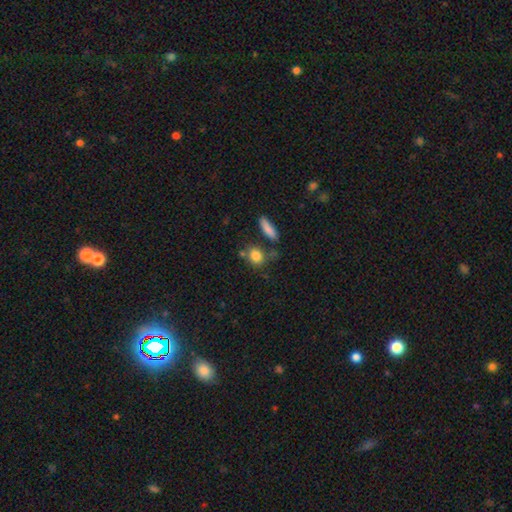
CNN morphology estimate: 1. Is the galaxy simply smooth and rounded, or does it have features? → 83% smooth, 9% star or artifact, 8% featured or disk.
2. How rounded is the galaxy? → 57% round, 38% in between, 6% cigar-shaped.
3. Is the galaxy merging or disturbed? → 66% none, 15% merger, 14% minor disturbance, 5% major disturbance.